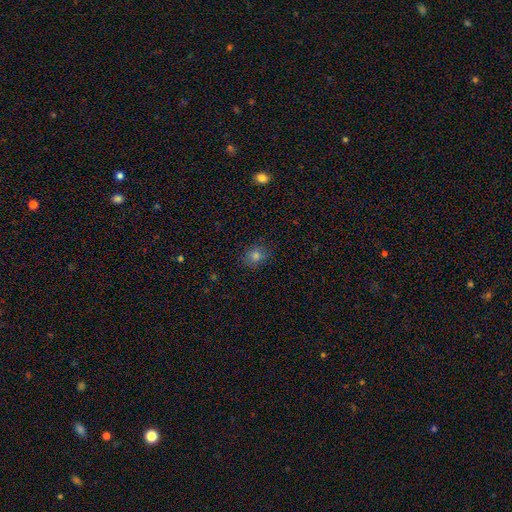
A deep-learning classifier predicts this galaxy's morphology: Overall: smooth (77%). How rounded: round (60%; in between 39%). Merging: none (82%).